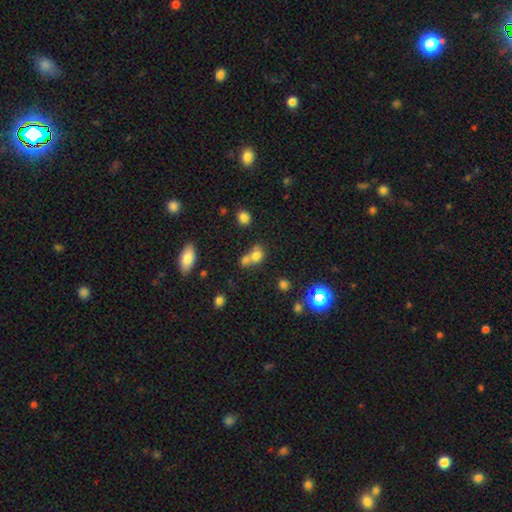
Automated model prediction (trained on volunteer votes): Q: Smooth or featured?
A: smooth (73%); runner-up: star or artifact (15%)
Q: How rounded?
A: round (57%); runner-up: in between (41%)
Q: Merging?
A: merger (58%); runner-up: none (29%)